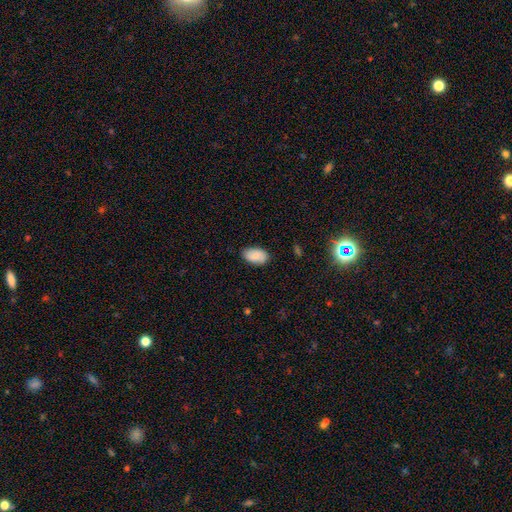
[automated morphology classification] Smooth or featured? smooth (84%)
How rounded? in between (93%)
Merging? none (79%)